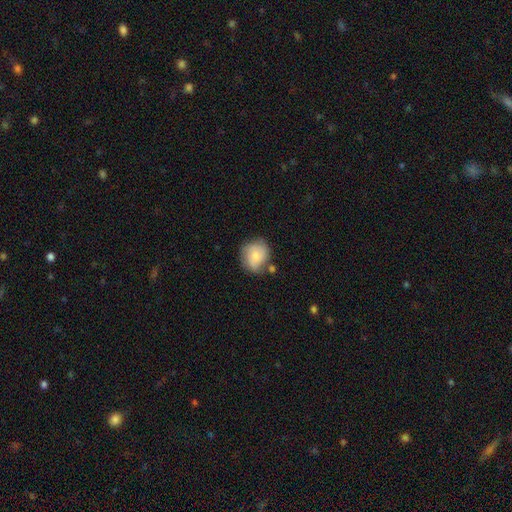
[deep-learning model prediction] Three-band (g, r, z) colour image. It shows a smooth galaxy with no disk features (66%) that is round (75%). Merging: none (60%).